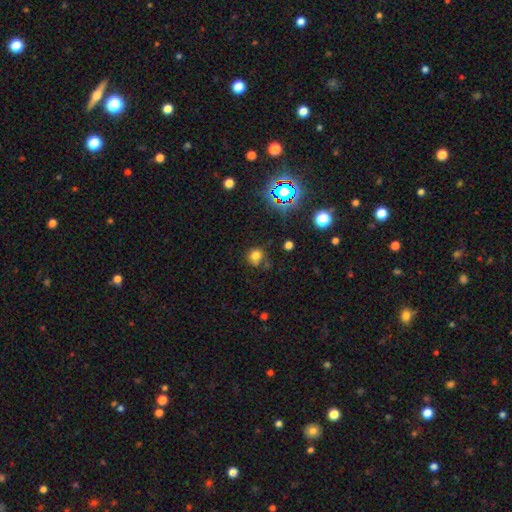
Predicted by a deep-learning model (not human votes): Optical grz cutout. It shows a smooth galaxy with no disk features (72%) that is round (82%). Merging: none (65%).